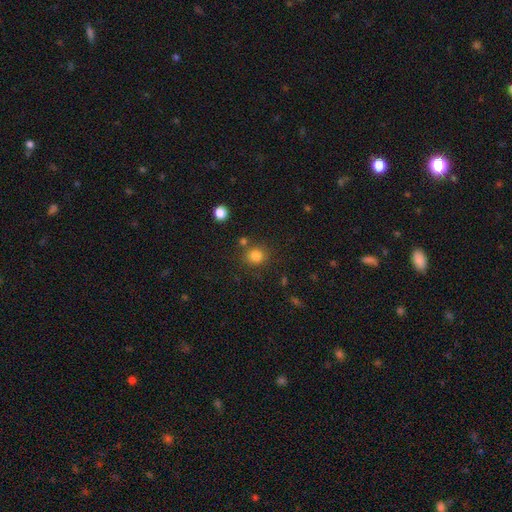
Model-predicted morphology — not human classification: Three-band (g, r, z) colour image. It shows a smooth galaxy with no disk features (82%) that is round (86%). Merging: none (79%).